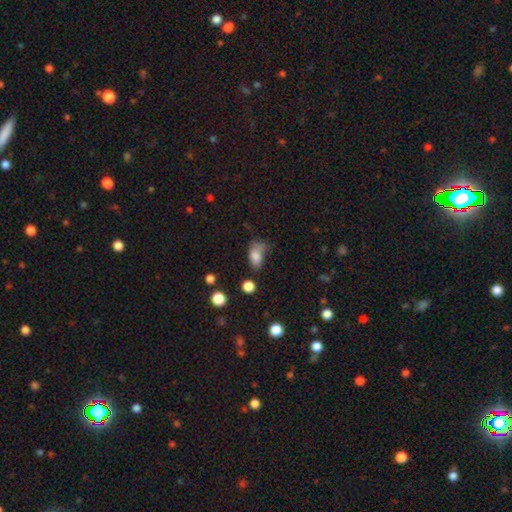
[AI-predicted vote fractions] Smooth or featured?
  - smooth: 78% *
  - star or artifact: 11%
  - featured or disk: 11%
How rounded?
  - in between: 86% *
  - round: 12%
  - cigar-shaped: 3%
Merging?
  - none: 35% *
  - minor disturbance: 33%
  - major disturbance: 22%
  - merger: 10%